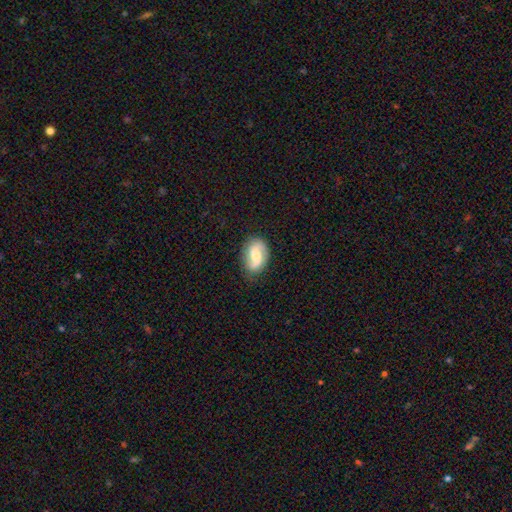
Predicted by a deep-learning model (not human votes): This is likely a featured or disk galaxy (69%). It is clearly not viewed edge-on (97%). Bar: possibly weak (49%). Spiral arm pattern: clearly yes (94%). Spiral arm count: clearly 2 (89%). Spiral winding: possibly loose (48%). Central bulge: possibly moderate (45%). Merging: likely none (79%).